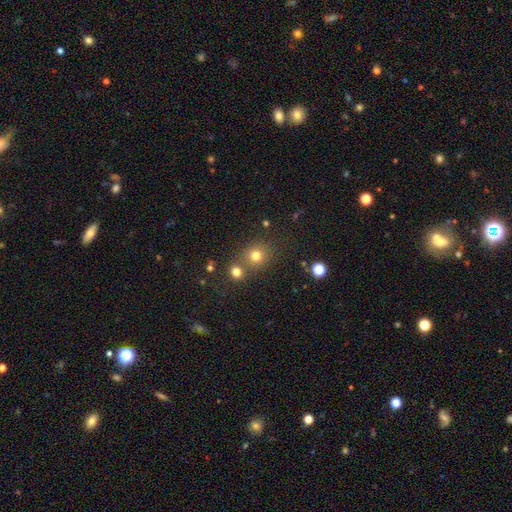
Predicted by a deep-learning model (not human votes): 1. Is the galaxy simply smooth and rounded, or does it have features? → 75% smooth, 17% star or artifact, 8% featured or disk.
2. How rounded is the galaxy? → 84% round, 15% in between, 1% cigar-shaped.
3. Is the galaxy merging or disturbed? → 68% none, 20% merger, 9% minor disturbance, 3% major disturbance.